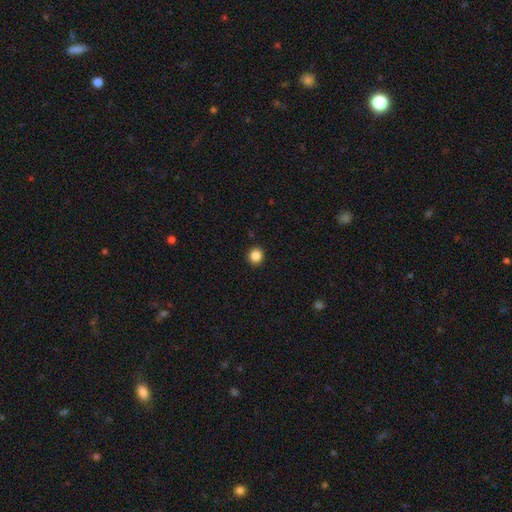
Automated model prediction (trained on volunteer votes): smooth-or-featured: smooth: 86% | star or artifact: 10% | featured or disk: 3%
  how-rounded: round: 88% | in between: 11% | cigar-shaped: 1%
  merging: none: 92% | minor disturbance: 5% | major disturbance: 2% | merger: 1%